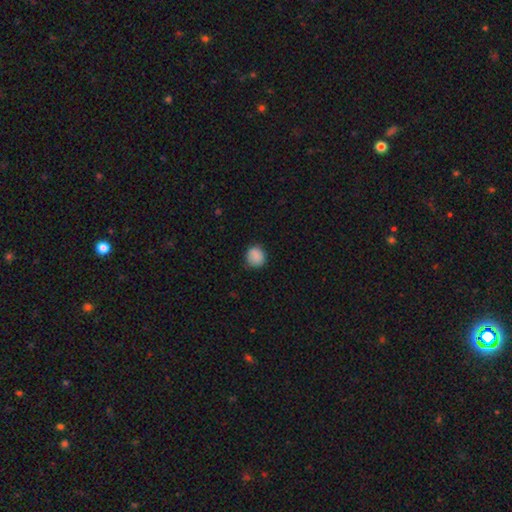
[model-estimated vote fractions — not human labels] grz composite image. It shows a smooth galaxy with no disk features (88%) that is round (83%). Merging: none (81%).